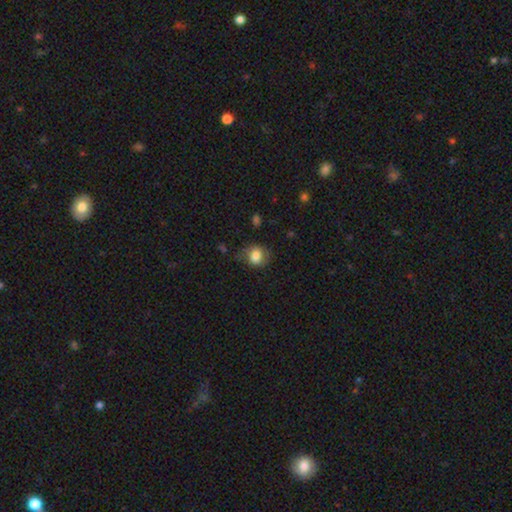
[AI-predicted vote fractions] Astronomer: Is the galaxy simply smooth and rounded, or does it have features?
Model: smooth — 80%.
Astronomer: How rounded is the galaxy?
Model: round — 55% (runner-up: in between, 44%).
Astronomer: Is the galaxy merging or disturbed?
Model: none — 59%.